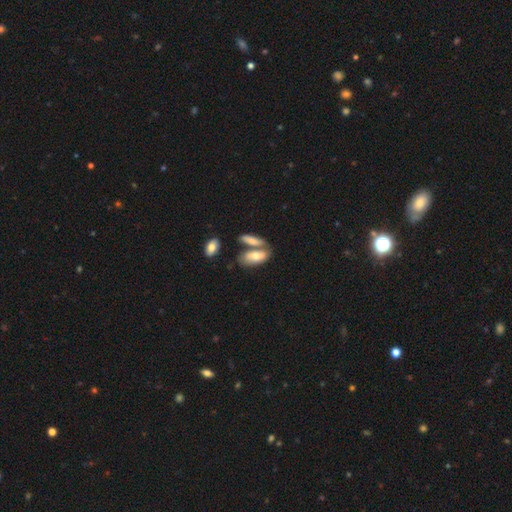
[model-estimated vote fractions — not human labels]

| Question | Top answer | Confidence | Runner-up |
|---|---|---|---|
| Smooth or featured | smooth | 66% | featured or disk (27%) |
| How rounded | in between | 81% | cigar-shaped (16%) |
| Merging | none | 41% | merger (40%) |